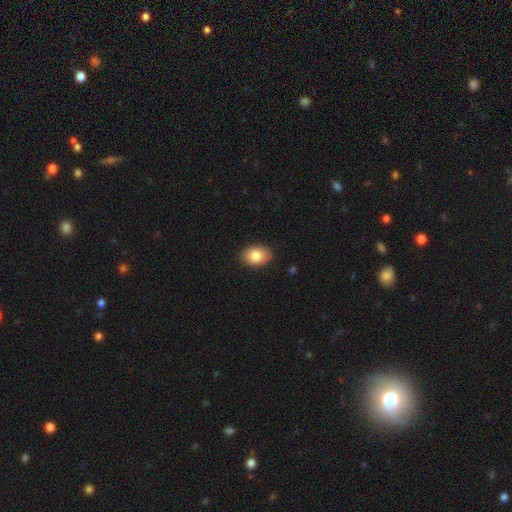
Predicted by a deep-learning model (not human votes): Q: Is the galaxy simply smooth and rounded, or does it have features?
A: smooth — 84%.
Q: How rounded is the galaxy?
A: in between — 73%.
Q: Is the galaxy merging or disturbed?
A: none — 86%.